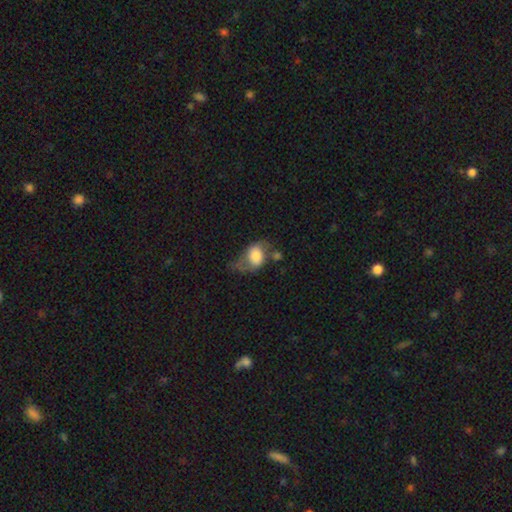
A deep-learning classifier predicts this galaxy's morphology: This appears to be a smooth galaxy with no disk features (55%) that is in between round and cigar-shaped (70%). Merging: none (32%).